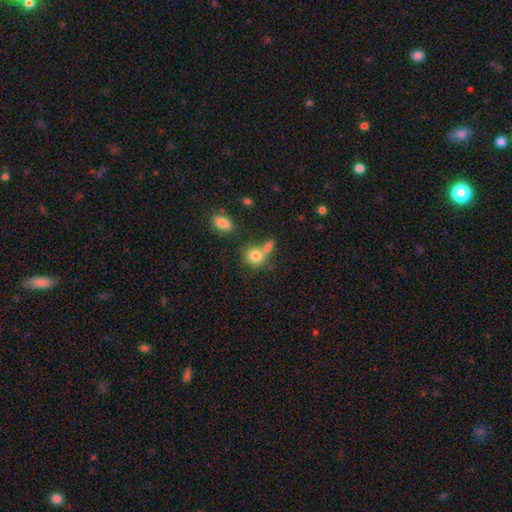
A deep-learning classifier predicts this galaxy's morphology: type=smooth (81%); roundness=round (72%); merging=none (43%).